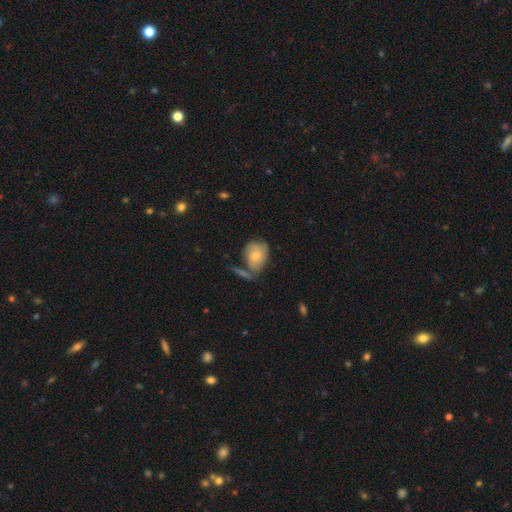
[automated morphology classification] A smooth galaxy with no disk features (67%) that is in between round and cigar-shaped (61%).

Vote fractions:
- Smooth or featured? smooth: 67% / featured or disk: 25% / star or artifact: 7%
- How rounded? in between: 61% / round: 37% / cigar-shaped: 2%
- Merging? none: 44% / minor disturbance: 26% / merger: 19% / major disturbance: 11%